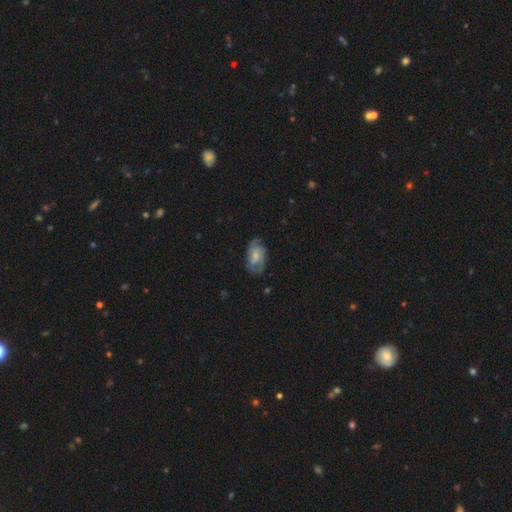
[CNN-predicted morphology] A featured or disk galaxy (70%) with no bar (51%), 2 (61%) medium (47%) spiral arms (91%) and a small central bulge (54%).

Vote fractions:
- Smooth or featured? featured or disk: 70% / smooth: 23% / star or artifact: 6%
- Edge-on disk? no: 97% / yes: 3%
- Bar? no: 51% / weak: 41% / strong: 8%
- Spiral arms? yes: 91% / no: 9%
- Spiral winding? medium: 47% / tight: 37% / loose: 17%
- Spiral arm count? 2: 61% / can't tell: 18% / 3: 12% / 1: 3% / 4: 3% / more than 4: 2%
- Bulge size? small: 54% / moderate: 33% / none: 9% / large: 3% / dominant: 1%
- Merging? none: 70% / minor disturbance: 21% / major disturbance: 8% / merger: 1%